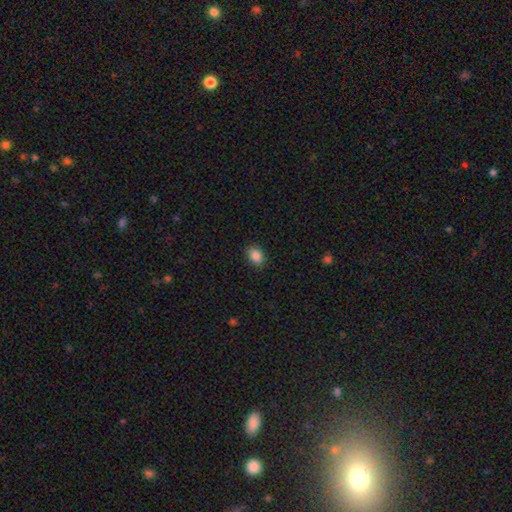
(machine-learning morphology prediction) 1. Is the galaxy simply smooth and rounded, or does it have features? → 87% smooth, 9% star or artifact, 4% featured or disk.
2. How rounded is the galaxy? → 71% in between, 28% round, 1% cigar-shaped.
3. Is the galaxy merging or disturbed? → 87% none, 9% minor disturbance, 2% major disturbance, 1% merger.